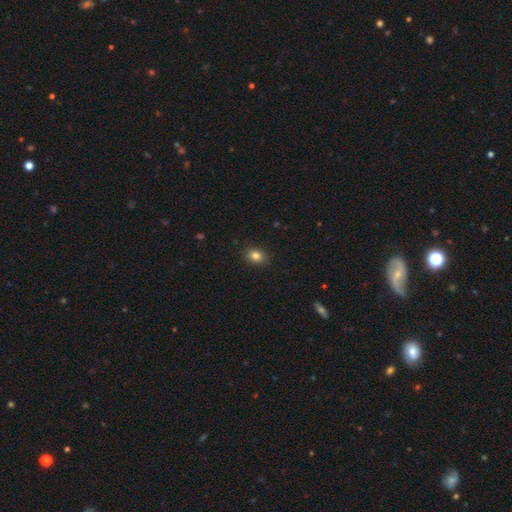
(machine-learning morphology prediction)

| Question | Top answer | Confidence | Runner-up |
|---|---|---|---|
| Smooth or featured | smooth | 84% | star or artifact (11%) |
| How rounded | in between | 56% | round (43%) |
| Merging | none | 88% | minor disturbance (9%) |